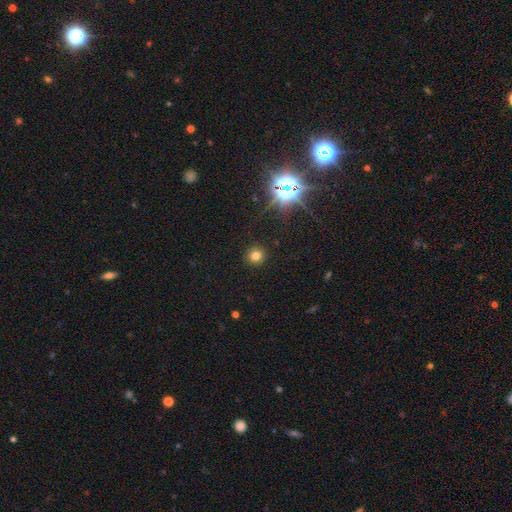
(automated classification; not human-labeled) Smooth or featured?
  - smooth: 74% *
  - star or artifact: 19%
  - featured or disk: 7%
How rounded?
  - round: 93% *
  - in between: 6%
  - cigar-shaped: 1%
Merging?
  - none: 92% *
  - minor disturbance: 5%
  - major disturbance: 2%
  - merger: 1%